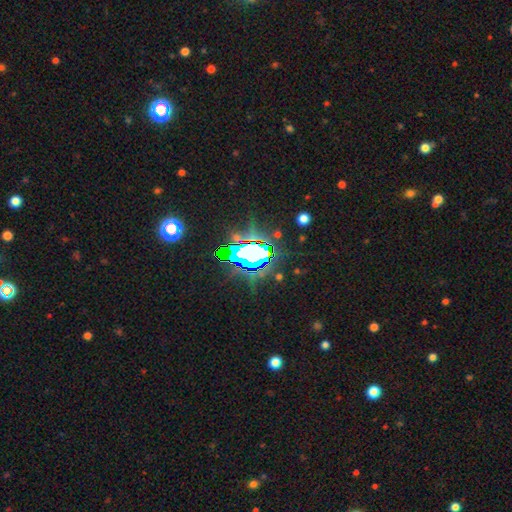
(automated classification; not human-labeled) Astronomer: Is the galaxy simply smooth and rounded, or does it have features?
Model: star or artifact — 71%.